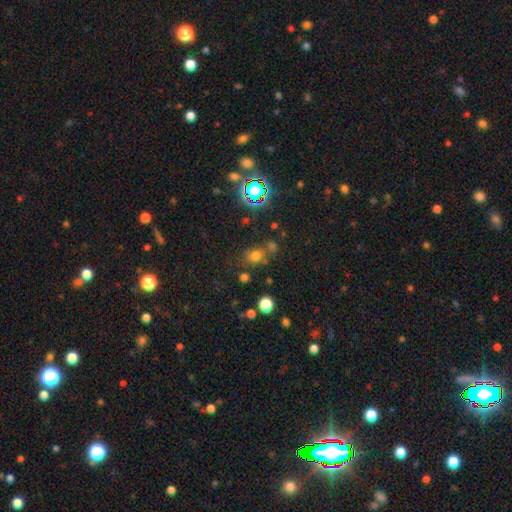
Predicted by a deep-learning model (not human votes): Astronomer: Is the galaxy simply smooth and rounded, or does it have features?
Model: smooth — 62%.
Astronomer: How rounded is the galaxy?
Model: round — 59% (runner-up: in between, 39%).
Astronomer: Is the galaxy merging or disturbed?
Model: none — 63%.